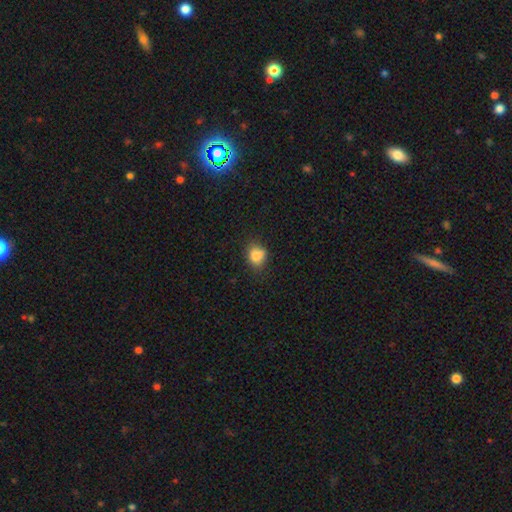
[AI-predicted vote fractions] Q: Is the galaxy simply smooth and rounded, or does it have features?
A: smooth — 83%.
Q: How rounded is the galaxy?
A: round — 60%.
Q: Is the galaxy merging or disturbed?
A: none — 70%.